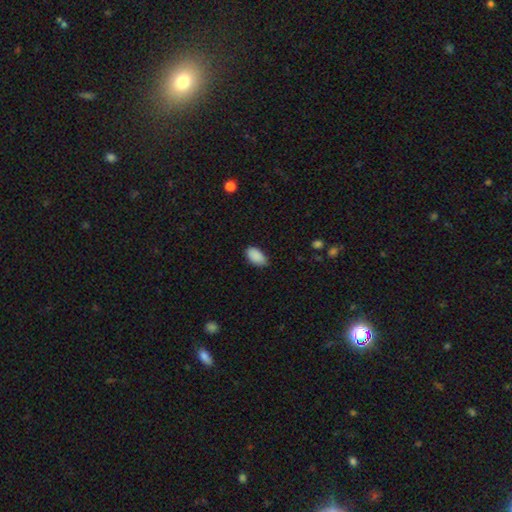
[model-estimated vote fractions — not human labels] smooth_or_featured: smooth (p=0.90) [alt: star or artifact p=0.07]
how_rounded: in between (p=0.94) [alt: round p=0.04]
merging: none (p=0.78) [alt: minor disturbance p=0.18]